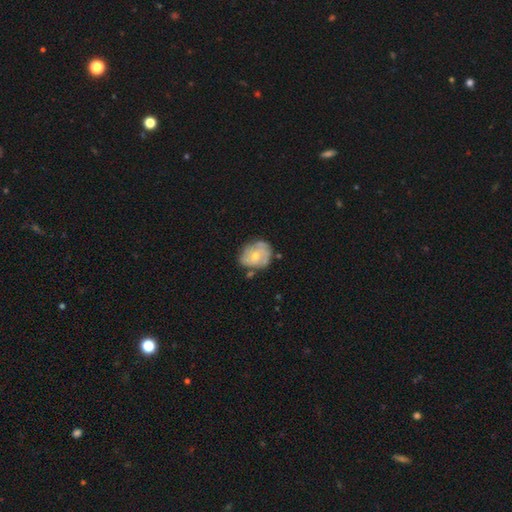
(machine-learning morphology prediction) This is possibly a featured or disk galaxy (53%). It is clearly not viewed edge-on (97%). Bar: clearly no (81%). Spiral arm pattern: possibly yes (55%). Central bulge: possibly moderate (50%). Merging: possibly none (58%).